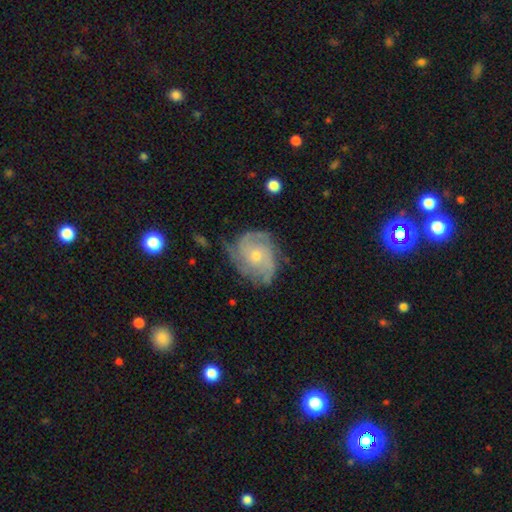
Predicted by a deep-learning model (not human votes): smooth-or-featured: featured or disk: 83% | smooth: 11% | star or artifact: 6%
  disk-edge-on: no: 98% | yes: 2%
    bar: no: 76% | weak: 20% | strong: 3%
    has-spiral-arms: yes: 95% | no: 5%
      spiral-winding: tight: 53% | medium: 37% | loose: 10%
      spiral-arm-count: 3: 34% | can't tell: 22% | 2: 21% | 4: 11% | 1: 5% | more than 4: 5%
    bulge-size: small: 54% | moderate: 43% | large: 1% | none: 1% | dominant: 1%
  merging: none: 66% | minor disturbance: 24% | major disturbance: 9% | merger: 2%